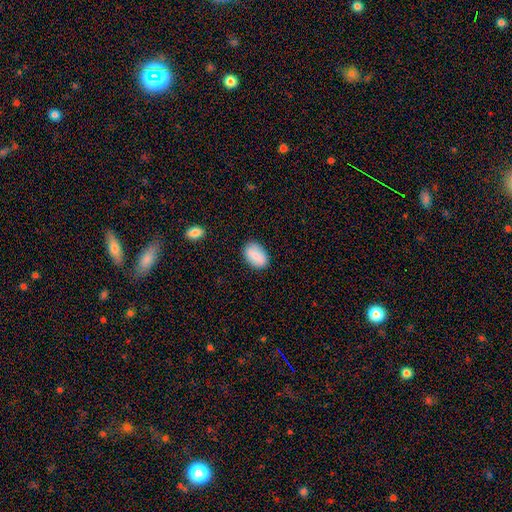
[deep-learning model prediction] Smooth or featured? Predicted: smooth (p=0.82). How rounded? Predicted: in between (p=0.90). Merging? Predicted: none (p=0.84).